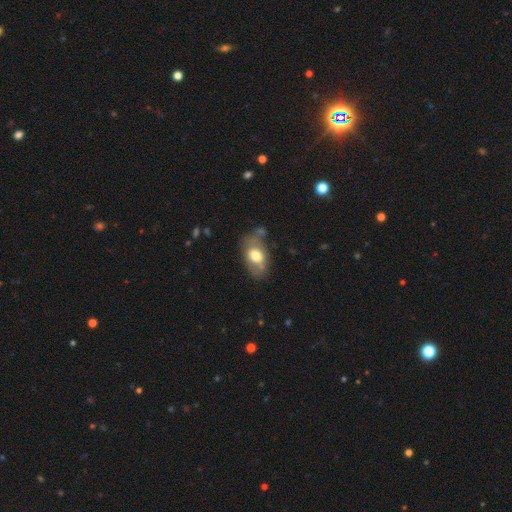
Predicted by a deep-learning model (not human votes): Overall: smooth (58%; featured or disk 34%). How rounded: in between (86%). Merging: none (47%; minor disturbance 28%).